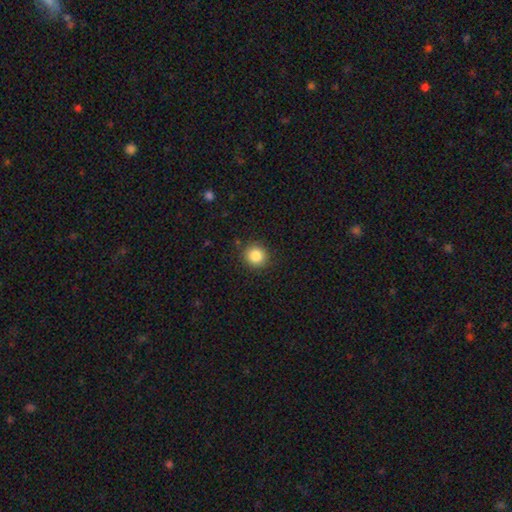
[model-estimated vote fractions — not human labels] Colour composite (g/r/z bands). It shows a smooth galaxy with no disk features (85%) that is round (91%). Merging: none (89%).